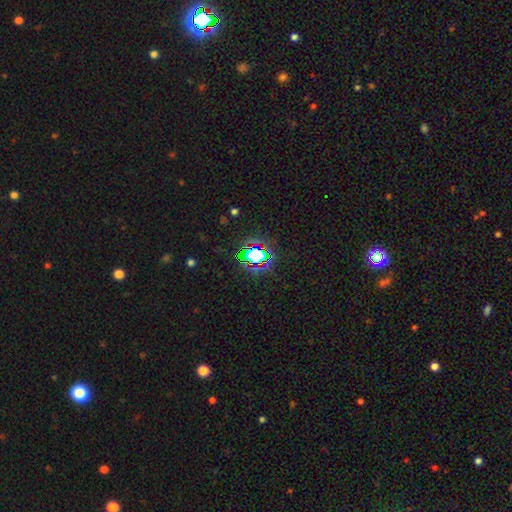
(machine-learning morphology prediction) A star or artifact, not a galaxy (65%).